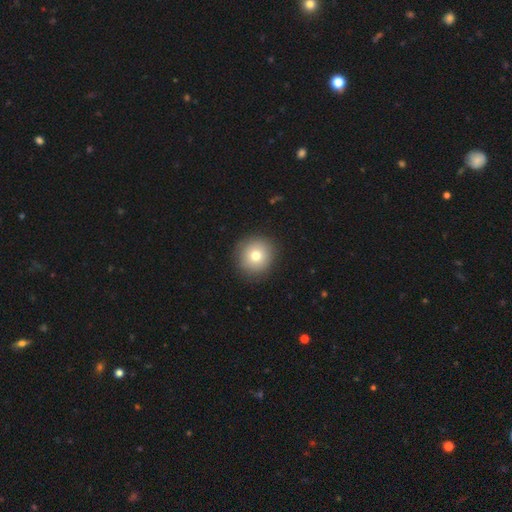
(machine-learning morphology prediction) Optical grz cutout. It shows a smooth galaxy with no disk features (76%) that is round (93%). Merging: none (90%).